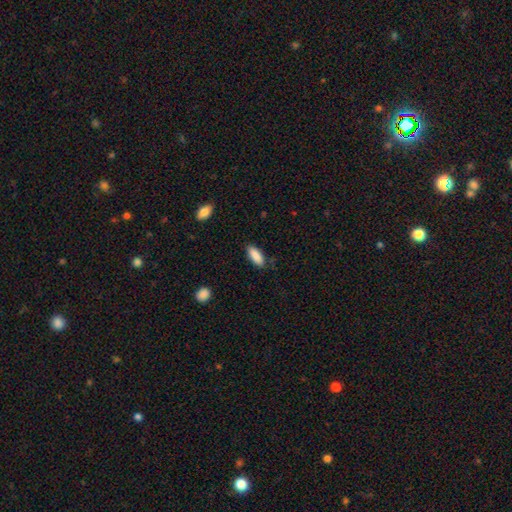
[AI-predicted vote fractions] A smooth galaxy with no disk features (89%) that is in between round and cigar-shaped (78%). Merging: none (83%).